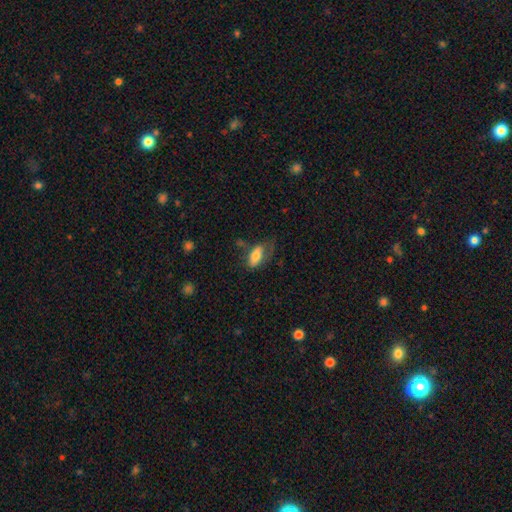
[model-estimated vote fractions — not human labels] Morphology: type=smooth (72%); roundness=in between (86%); merging=none (45%).